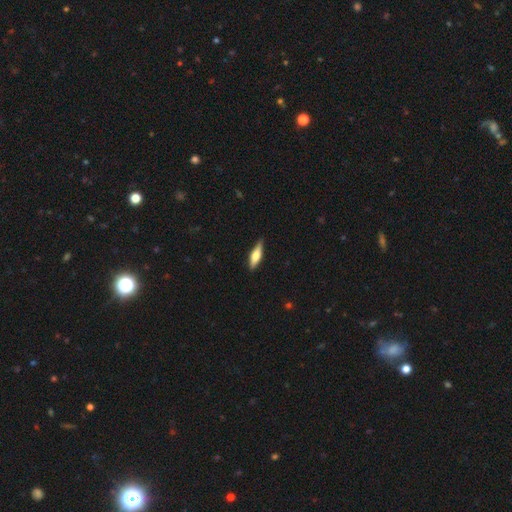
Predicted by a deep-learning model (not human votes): A smooth galaxy with no disk features (53%) that is cigar-shaped (60%). Merging: none (85%).